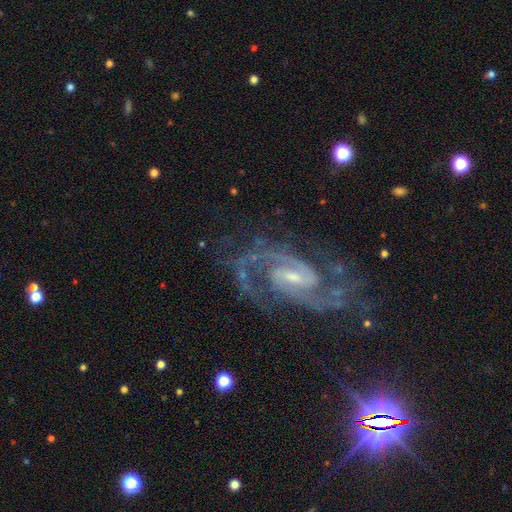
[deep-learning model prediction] The model was most divided on "spiral winding": medium: 52%, tight: 38%, loose: 9%. Remaining: spiral arms — yes (99%); edge-on disk — no (97%); smooth or featured — featured or disk (90%); spiral arm count — 2 (83%); merging — none (76%); bulge size — small (69%); bar — weak (49%).